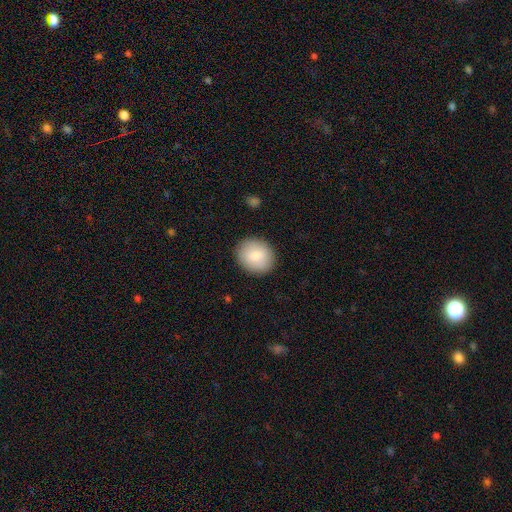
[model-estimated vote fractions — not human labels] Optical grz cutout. It shows a smooth galaxy with no disk features (81%) that is round (69%). Merging: none (89%).